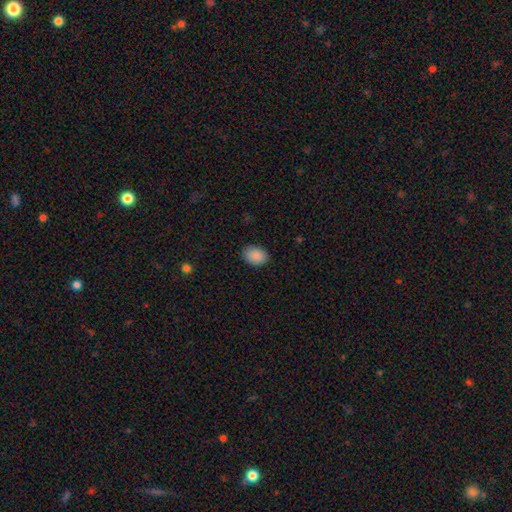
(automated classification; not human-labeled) This is clearly a smooth galaxy (89%). How rounded: likely in between (76%). Merging: clearly none (87%).